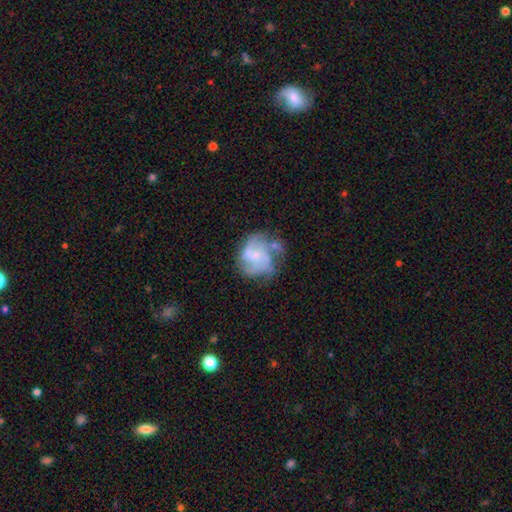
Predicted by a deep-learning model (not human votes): Smooth or featured: featured or disk — 71% (smooth — 20%)
Edge-on disk: no — 98% (yes — 2%)
Bar: no — 69% (weak — 27%)
Spiral arms: yes — 81% (no — 19%)
Spiral winding: medium — 45% (tight — 32%)
Spiral arm count: 3 — 34% (can't tell — 26%)
Bulge size: small — 53% (moderate — 25%)
Merging: none — 48% (minor disturbance — 23%)